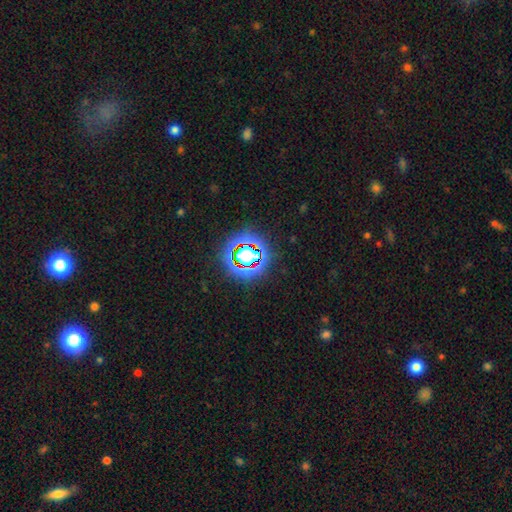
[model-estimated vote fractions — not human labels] A star or artifact, not a galaxy (75%).

Vote fractions:
- Smooth or featured? star or artifact: 75% / smooth: 15% / featured or disk: 10%